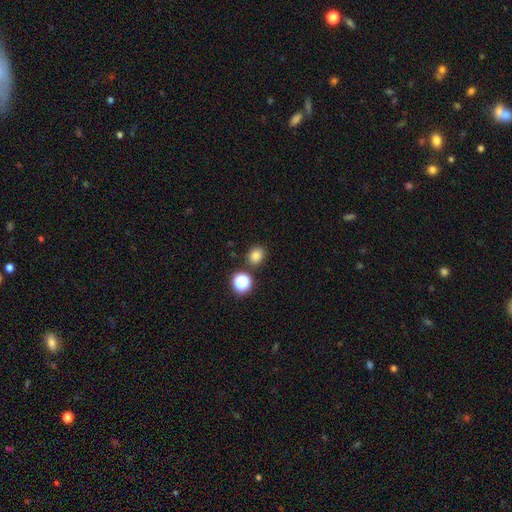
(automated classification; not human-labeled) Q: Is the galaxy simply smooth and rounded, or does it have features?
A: smooth — 79%.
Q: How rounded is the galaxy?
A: round — 69%.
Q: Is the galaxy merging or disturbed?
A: none — 83%.